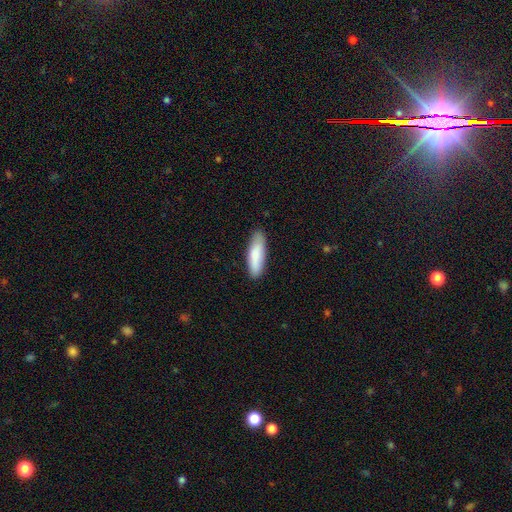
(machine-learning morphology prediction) This appears to be a smooth galaxy with no disk features (84%) that is cigar-shaped (54%). Merging: none (83%).